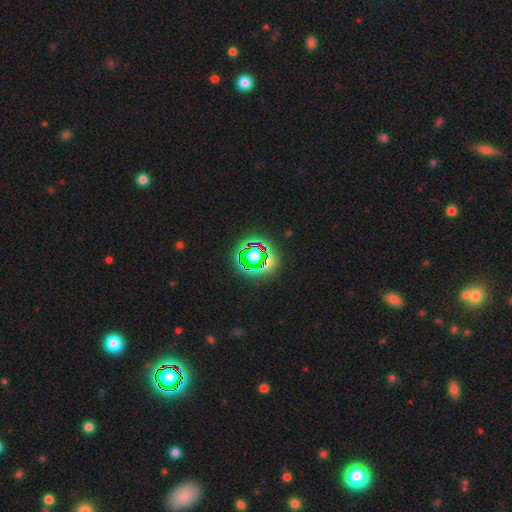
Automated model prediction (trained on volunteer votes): Morphology: type=star or artifact (62%).